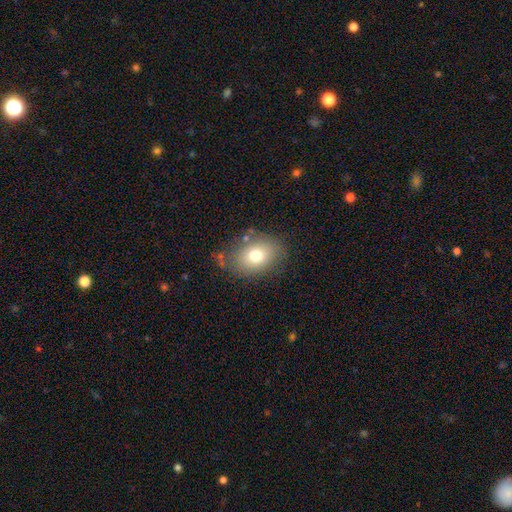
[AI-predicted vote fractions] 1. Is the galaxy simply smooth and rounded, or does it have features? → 75% smooth, 15% featured or disk, 10% star or artifact.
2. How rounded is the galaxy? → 71% in between, 28% round, 1% cigar-shaped.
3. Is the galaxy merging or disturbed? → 76% none, 15% minor disturbance, 5% major disturbance, 3% merger.